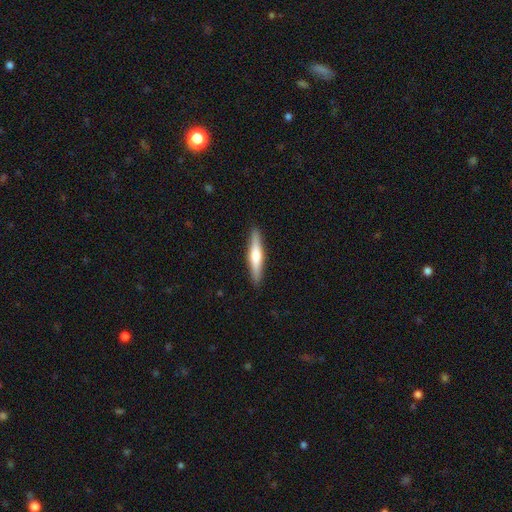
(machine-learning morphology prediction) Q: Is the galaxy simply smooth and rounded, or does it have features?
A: smooth — 48%.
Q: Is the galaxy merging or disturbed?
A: none — 90%.